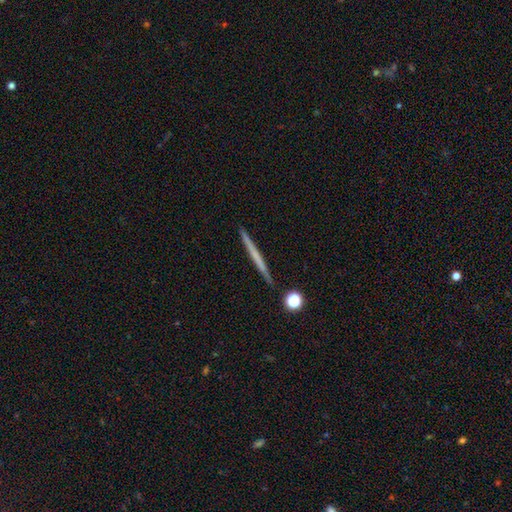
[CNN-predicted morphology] Smooth or featured: featured or disk — 49% (smooth — 44%)
Merging: none — 91% (minor disturbance — 6%)